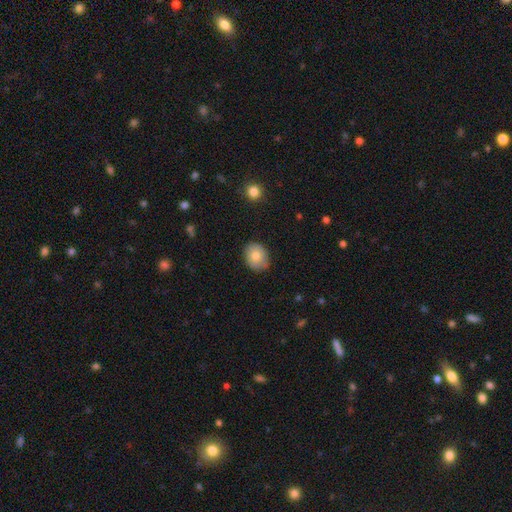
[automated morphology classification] smooth_or_featured: smooth (p=0.77) [alt: featured or disk p=0.14]
how_rounded: in between (p=0.54) [alt: round p=0.46]
merging: none (p=0.82) [alt: minor disturbance p=0.14]